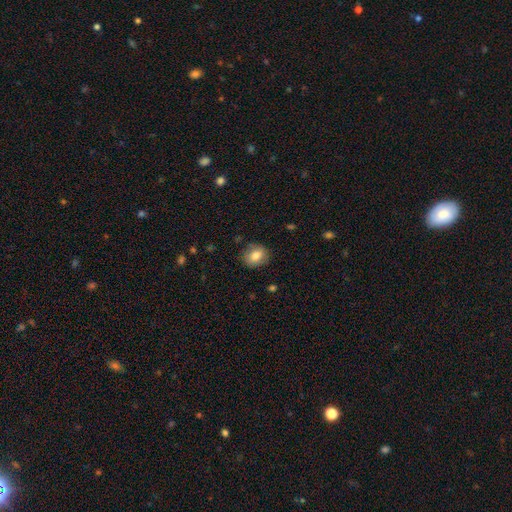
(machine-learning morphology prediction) Smooth or featured? Predicted: smooth (p=0.80). How rounded? Predicted: round (p=0.67). Merging? Predicted: none (p=0.82).